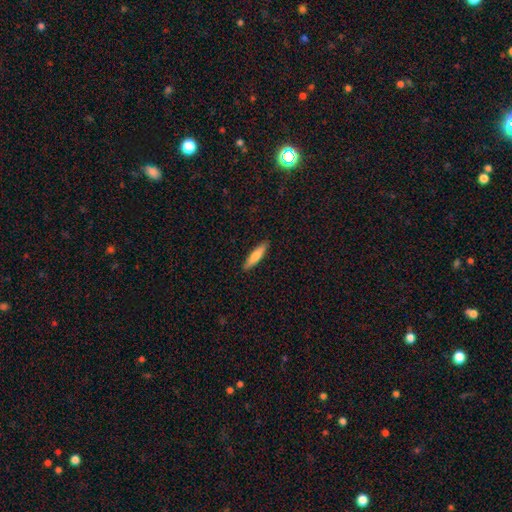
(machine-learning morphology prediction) type=smooth (71%); roundness=cigar-shaped (83%); merging=none (91%).